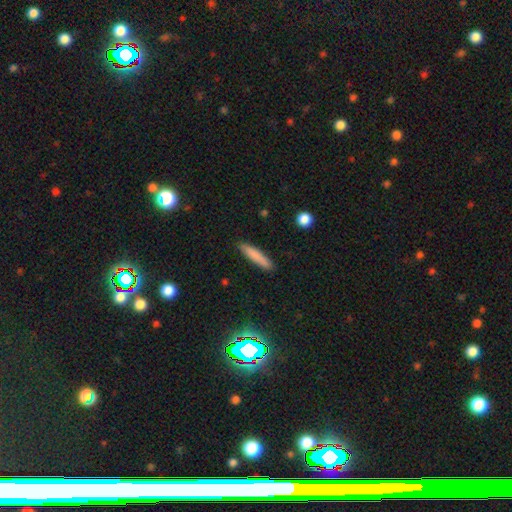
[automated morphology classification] smooth_or_featured: smooth (p=0.82) [alt: featured or disk p=0.11]
how_rounded: cigar-shaped (p=0.89) [alt: in between p=0.10]
merging: none (p=0.89) [alt: minor disturbance p=0.08]